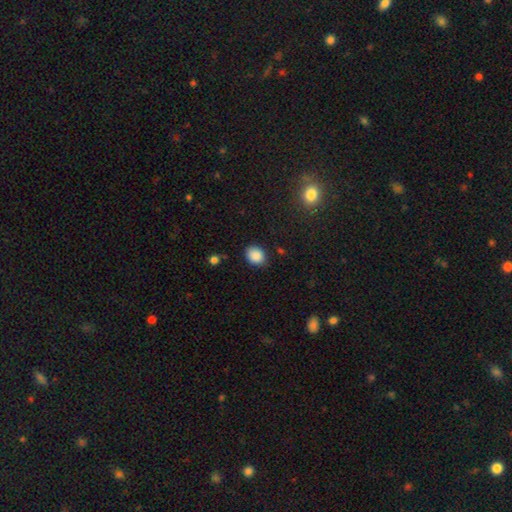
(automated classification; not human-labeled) Overall: smooth (88%). How rounded: round (52%; in between 47%). Merging: none (85%).